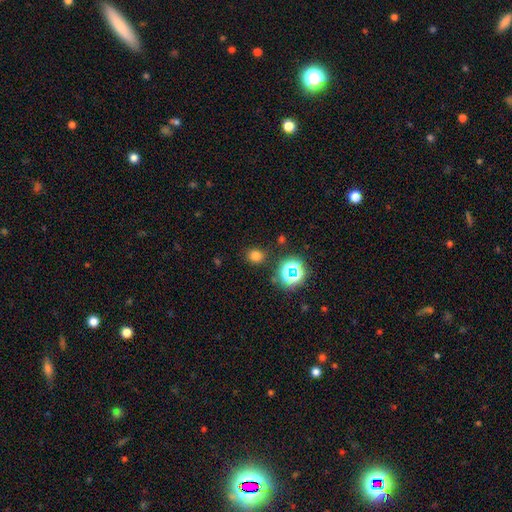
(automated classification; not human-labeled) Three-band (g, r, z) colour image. It shows a smooth galaxy with no disk features (72%) that is round (79%). Merging: none (84%).